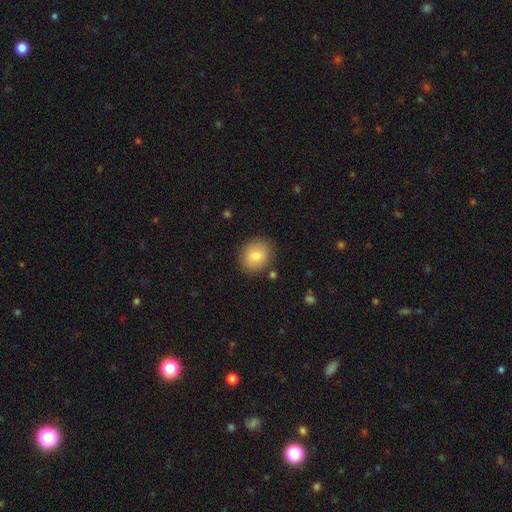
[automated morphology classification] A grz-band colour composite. It shows a smooth galaxy with no disk features (79%) that is round (74%). Merging: none (86%).